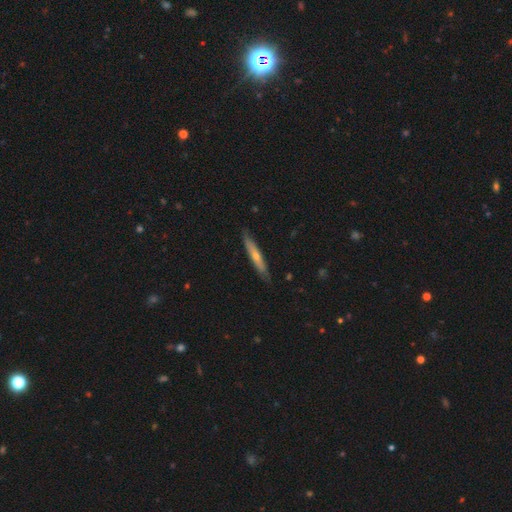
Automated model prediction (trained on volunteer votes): A featured or disk galaxy (52%) viewed edge-on (90%).

Vote fractions:
- Smooth or featured? featured or disk: 52% / smooth: 43% / star or artifact: 6%
- Edge-on disk? yes: 90% / no: 10%
- Merging? none: 85% / minor disturbance: 12% / major disturbance: 2% / merger: 1%